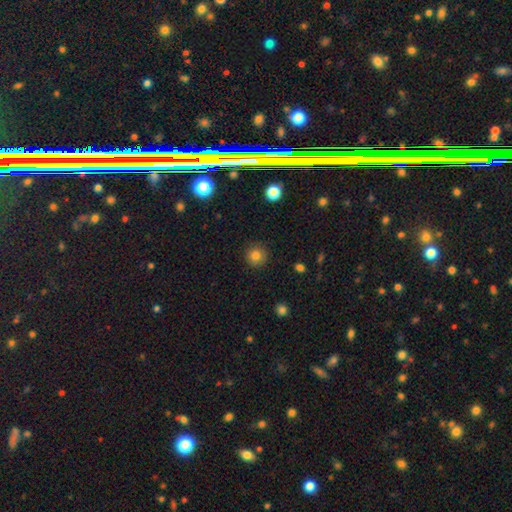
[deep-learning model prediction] A smooth galaxy with no disk features (81%) that is round (94%).

Vote fractions:
- Smooth or featured? smooth: 81% / star or artifact: 12% / featured or disk: 6%
- How rounded? round: 94% / in between: 5% / cigar-shaped: 1%
- Merging? none: 90% / minor disturbance: 7% / major disturbance: 2% / merger: 1%